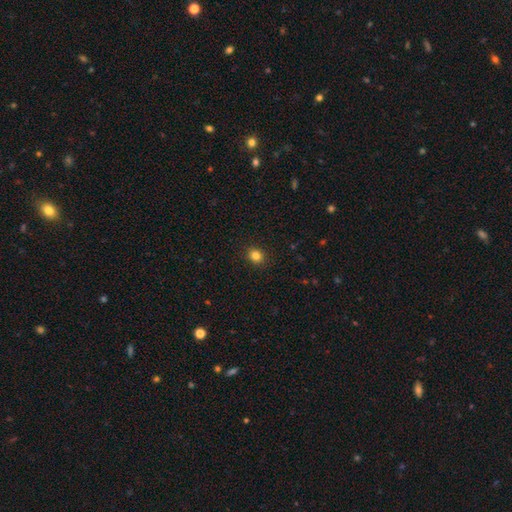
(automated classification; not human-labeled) smooth_or_featured: smooth (p=0.84) [alt: star or artifact p=0.12]
how_rounded: round (p=0.76) [alt: in between p=0.23]
merging: none (p=0.91) [alt: minor disturbance p=0.06]